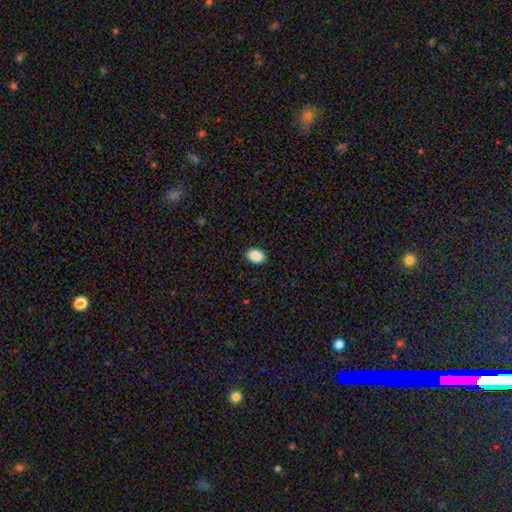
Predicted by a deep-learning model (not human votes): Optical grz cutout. It shows a smooth galaxy with no disk features (90%) that is in between round and cigar-shaped (84%). Merging: none (90%).